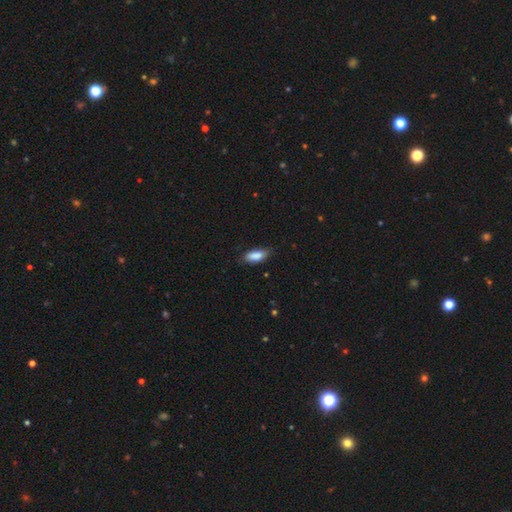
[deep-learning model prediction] smooth-or-featured: smooth: 86% | featured or disk: 7% | star or artifact: 7%
  how-rounded: in between: 82% | cigar-shaped: 16% | round: 2%
  merging: none: 71% | minor disturbance: 24% | major disturbance: 4% | merger: 1%